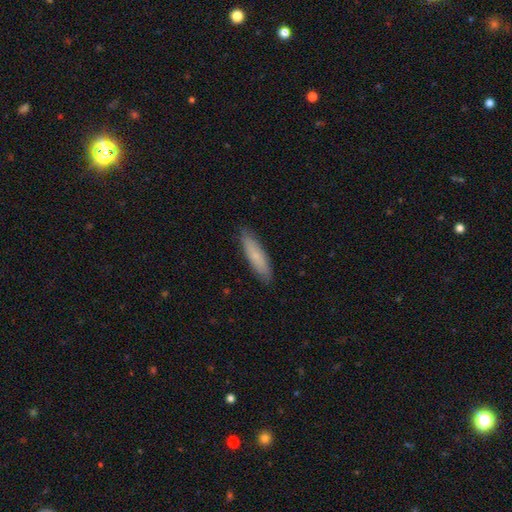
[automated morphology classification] smooth_or_featured: smooth (p=0.73) [alt: featured or disk p=0.21]
how_rounded: cigar-shaped (p=0.73) [alt: in between p=0.25]
merging: none (p=0.88) [alt: minor disturbance p=0.10]